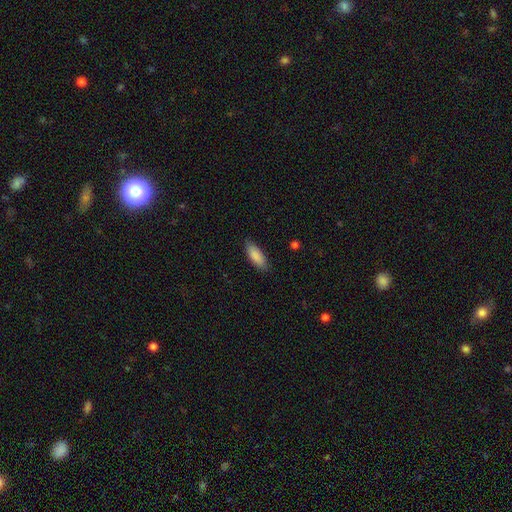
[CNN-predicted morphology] Smooth or featured?
  - smooth: 88% *
  - featured or disk: 6%
  - star or artifact: 6%
How rounded?
  - in between: 74% *
  - cigar-shaped: 24%
  - round: 2%
Merging?
  - none: 84% *
  - minor disturbance: 13%
  - major disturbance: 2%
  - merger: 1%